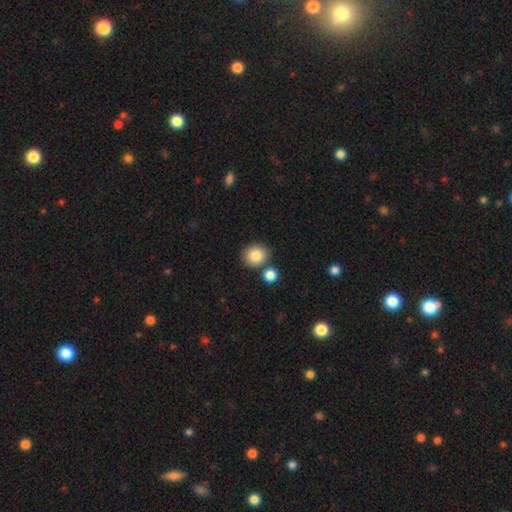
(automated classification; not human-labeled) smooth-or-featured: smooth: 85% | star or artifact: 8% | featured or disk: 7%
  how-rounded: round: 74% | in between: 25% | cigar-shaped: 1%
  merging: none: 74% | merger: 14% | minor disturbance: 9% | major disturbance: 2%